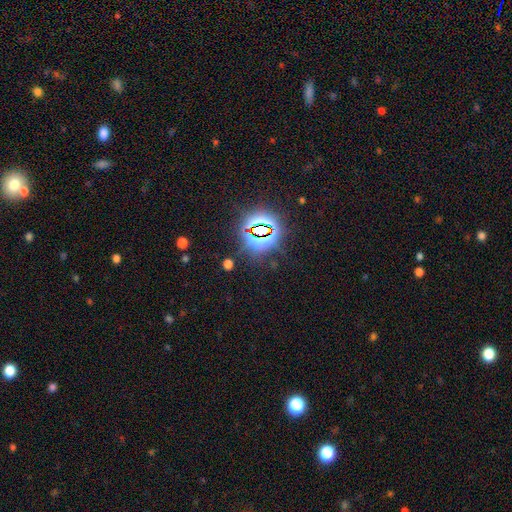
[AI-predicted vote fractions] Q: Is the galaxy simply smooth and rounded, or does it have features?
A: star or artifact — 82%.